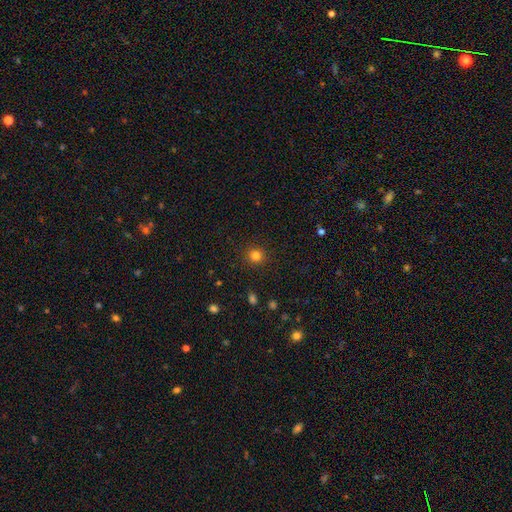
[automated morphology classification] A smooth galaxy with no disk features (81%) that is round (92%). Merging: none (91%).